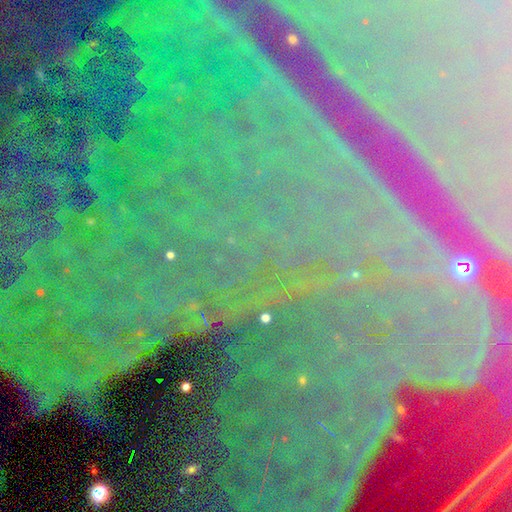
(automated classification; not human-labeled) This appears to be a star or artifact, not a galaxy (82%).